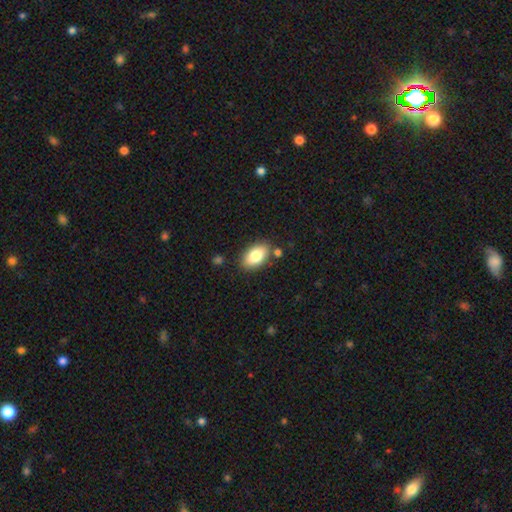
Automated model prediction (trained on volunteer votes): Smooth or featured? smooth (81%)
How rounded? in between (92%)
Merging? none (82%)